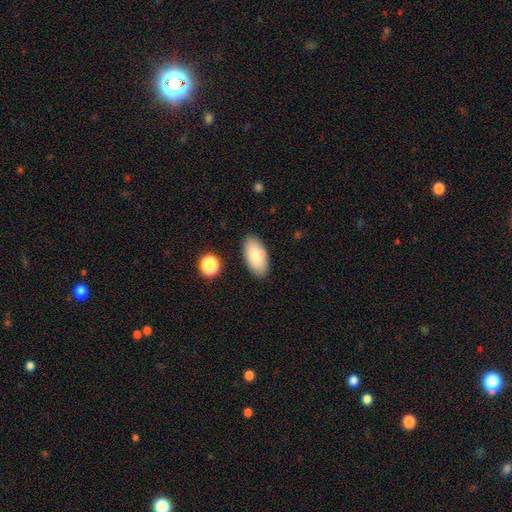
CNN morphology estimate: smooth_or_featured: smooth (p=0.83) [alt: featured or disk p=0.10]
how_rounded: in between (p=0.93) [alt: cigar-shaped p=0.04]
merging: none (p=0.84) [alt: minor disturbance p=0.11]